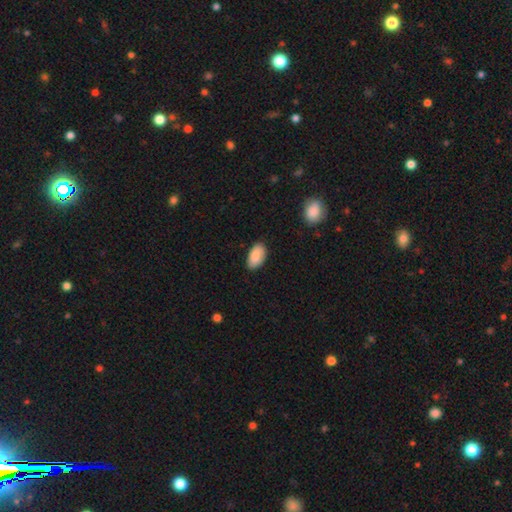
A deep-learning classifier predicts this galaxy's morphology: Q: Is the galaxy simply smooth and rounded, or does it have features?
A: smooth — 88%.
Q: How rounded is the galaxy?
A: in between — 95%.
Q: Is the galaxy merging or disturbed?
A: none — 82%.